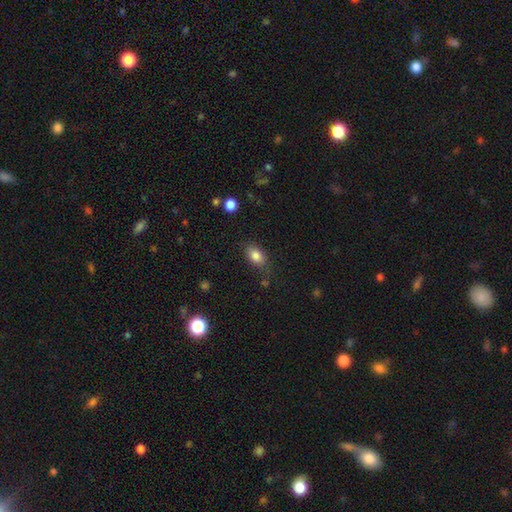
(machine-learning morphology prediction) Smooth or featured?
  - smooth: 83% *
  - star or artifact: 9%
  - featured or disk: 8%
How rounded?
  - in between: 84% *
  - round: 14%
  - cigar-shaped: 2%
Merging?
  - none: 78% *
  - minor disturbance: 16%
  - major disturbance: 4%
  - merger: 2%